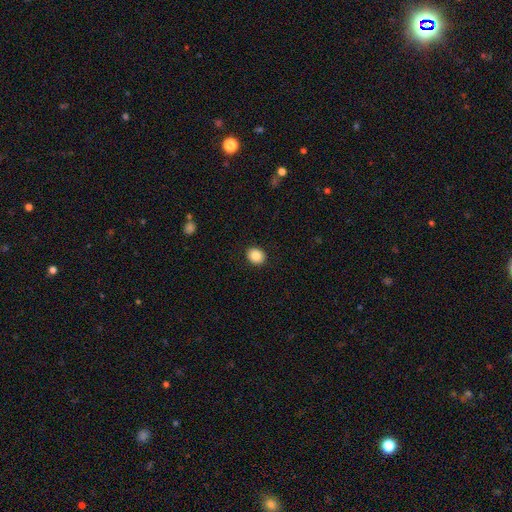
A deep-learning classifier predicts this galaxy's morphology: A smooth galaxy with no disk features (86%) that is round (59%).

Vote fractions:
- Smooth or featured? smooth: 86% / star or artifact: 8% / featured or disk: 6%
- How rounded? round: 59% / in between: 40% / cigar-shaped: 1%
- Merging? none: 91% / minor disturbance: 6% / major disturbance: 2% / merger: 1%